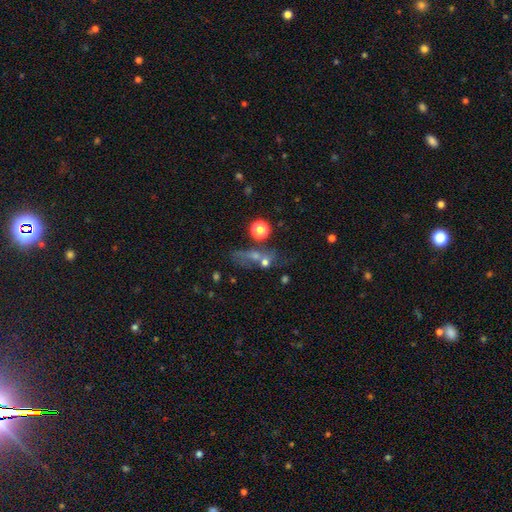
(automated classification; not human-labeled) This appears to be a smooth galaxy with no disk features (38%). Merging: none (50%).